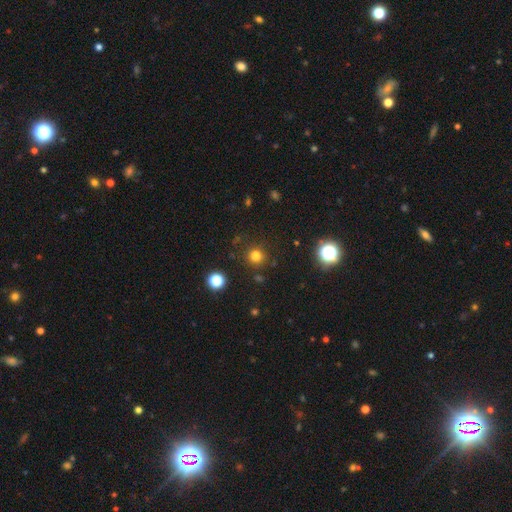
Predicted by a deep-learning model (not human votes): The model was most divided on "smooth or featured": smooth: 77%, star or artifact: 18%, featured or disk: 5%. More confident: how rounded — round (93%); merging — none (87%).